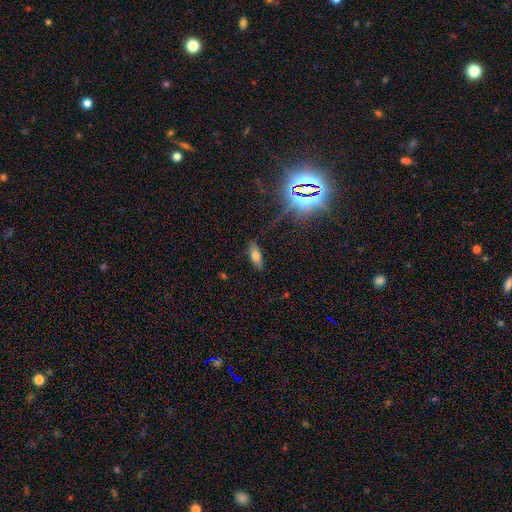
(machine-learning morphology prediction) Smooth or featured? Predicted: smooth (p=0.66). How rounded? Predicted: in between (p=0.75). Merging? Predicted: none (p=0.82).